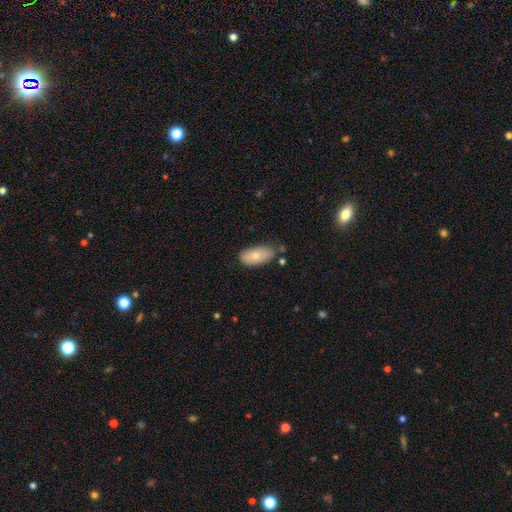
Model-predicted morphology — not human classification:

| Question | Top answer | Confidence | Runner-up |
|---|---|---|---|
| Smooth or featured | smooth | 73% | featured or disk (20%) |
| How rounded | in between | 91% | cigar-shaped (6%) |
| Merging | none | 68% | minor disturbance (22%) |